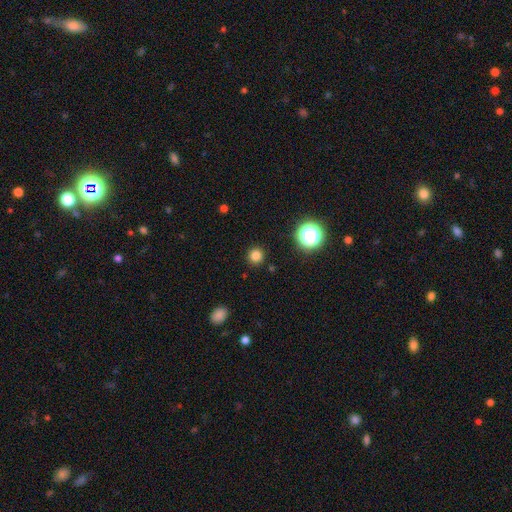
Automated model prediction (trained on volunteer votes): Morphology: type=smooth (80%); roundness=round (94%); merging=none (91%).